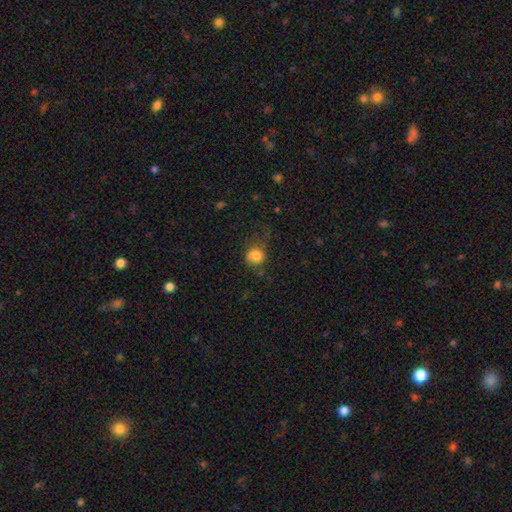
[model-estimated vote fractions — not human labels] Smooth or featured? smooth (73%)
How rounded? round (68%)
Merging? none (45%)